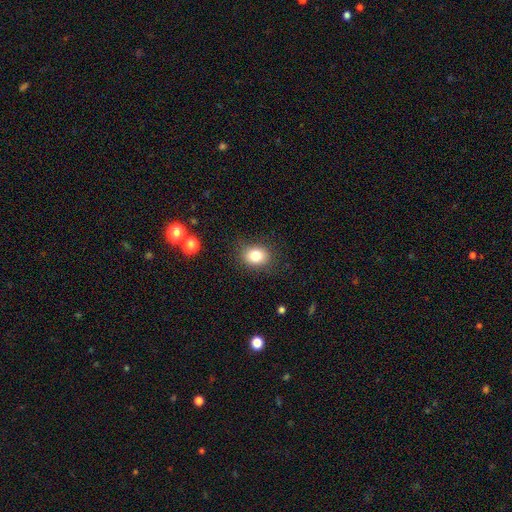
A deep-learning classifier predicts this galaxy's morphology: A smooth galaxy with no disk features (81%) that is in between round and cigar-shaped (50%). Merging: none (84%).